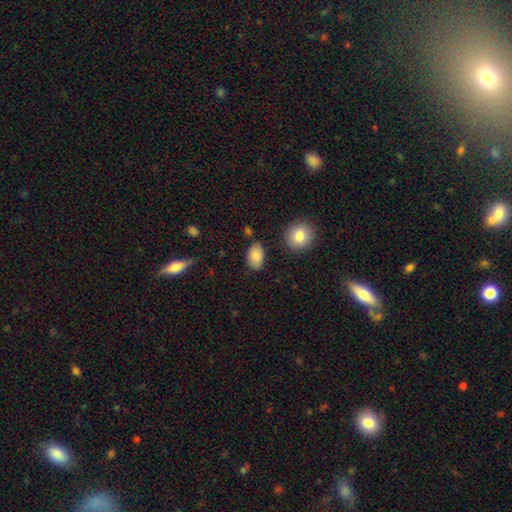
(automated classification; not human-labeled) Smooth or featured: smooth — 84% (featured or disk — 8%)
How rounded: in between — 89% (round — 10%)
Merging: none — 80% (minor disturbance — 13%)